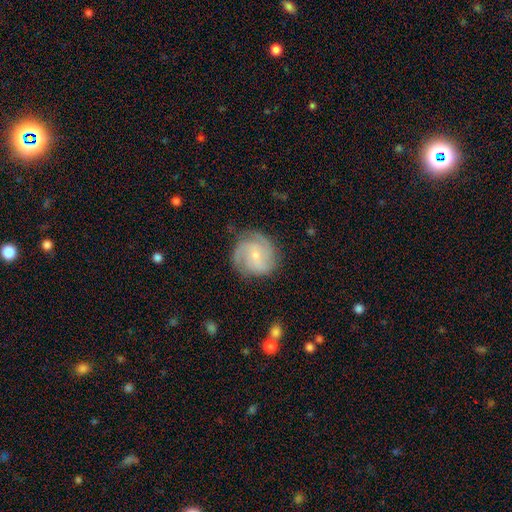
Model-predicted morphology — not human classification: Smooth or featured? Predicted: featured or disk (p=0.79). Edge-on disk? Predicted: no (p=0.98). Bar? Predicted: no (p=0.55). Spiral arms? Predicted: yes (p=0.97). Spiral winding? Predicted: medium (p=0.45). Spiral arm count? Predicted: 3 (p=0.51). Bulge size? Predicted: small (p=0.68). Merging? Predicted: none (p=0.78).